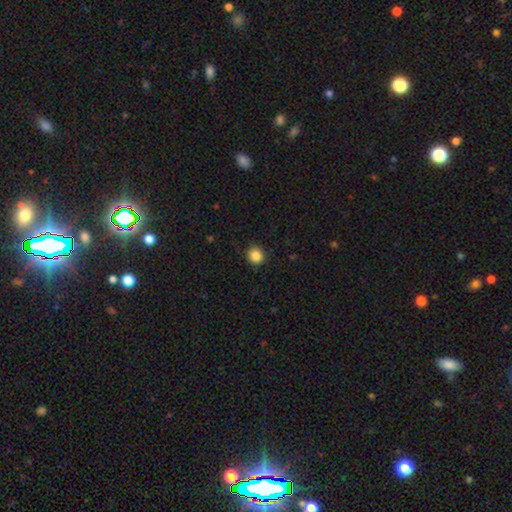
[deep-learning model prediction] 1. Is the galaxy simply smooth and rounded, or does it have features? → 85% smooth, 10% star or artifact, 4% featured or disk.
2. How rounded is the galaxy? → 89% round, 10% in between, 1% cigar-shaped.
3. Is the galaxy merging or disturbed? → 89% none, 8% minor disturbance, 2% major disturbance, 1% merger.